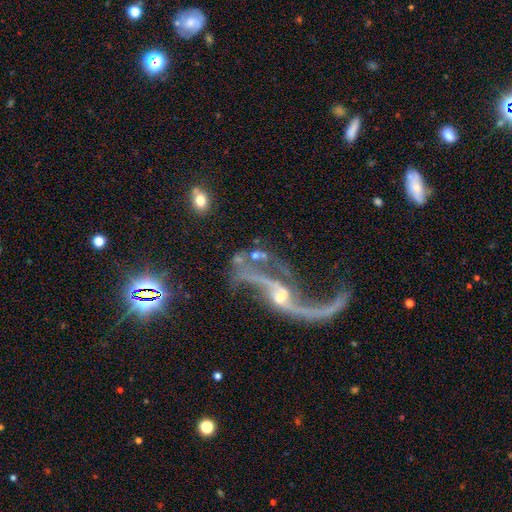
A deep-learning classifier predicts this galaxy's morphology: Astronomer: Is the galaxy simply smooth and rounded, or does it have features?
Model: featured or disk — 71%.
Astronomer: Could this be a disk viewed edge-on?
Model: no — 93%.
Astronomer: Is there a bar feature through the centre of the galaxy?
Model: no — 44% (runner-up: weak, 36%).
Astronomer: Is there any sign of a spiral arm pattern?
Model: yes — 73%.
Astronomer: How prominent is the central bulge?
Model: small — 44% (runner-up: moderate, 33%).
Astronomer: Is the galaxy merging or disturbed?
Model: none — 35% (runner-up: major disturbance, 26%).